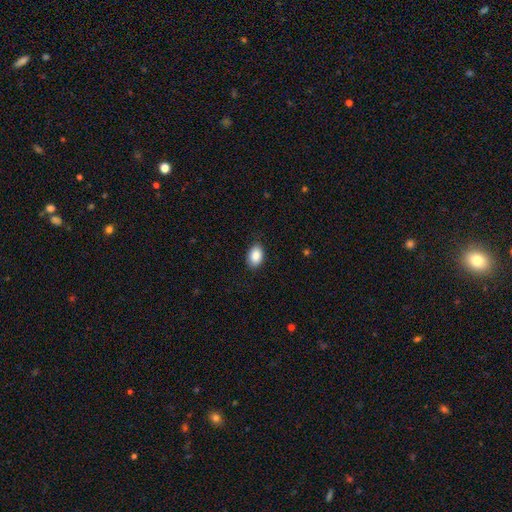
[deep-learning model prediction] A smooth galaxy with no disk features (89%) that is in between round and cigar-shaped (87%). Merging: none (86%).